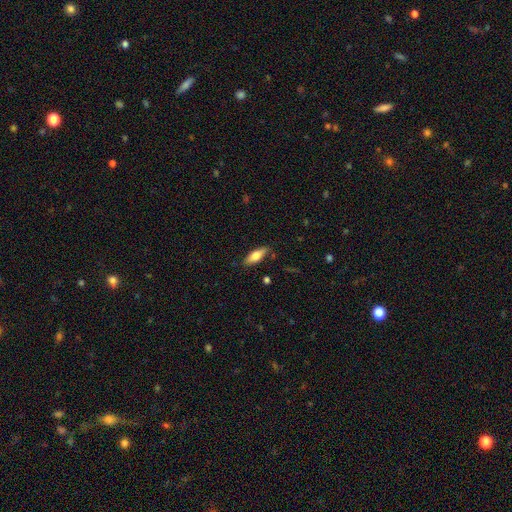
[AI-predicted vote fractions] smooth-or-featured: smooth: 71% | featured or disk: 23% | star or artifact: 6%
  how-rounded: in between: 66% | cigar-shaped: 32% | round: 2%
  merging: none: 85% | minor disturbance: 12% | major disturbance: 2% | merger: 2%